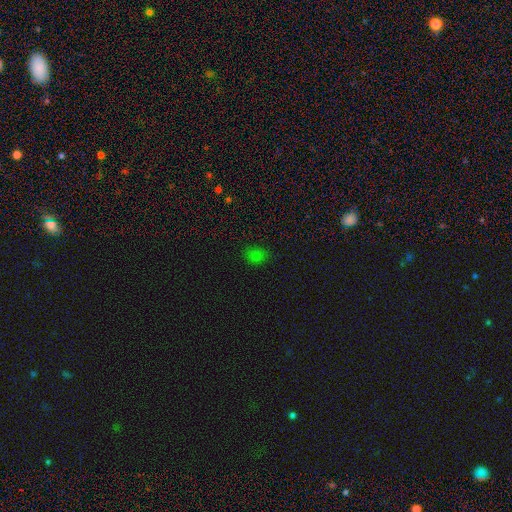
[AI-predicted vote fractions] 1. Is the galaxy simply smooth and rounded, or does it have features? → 73% smooth, 22% star or artifact, 5% featured or disk.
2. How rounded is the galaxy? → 50% in between, 49% round, 2% cigar-shaped.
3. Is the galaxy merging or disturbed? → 81% none, 13% minor disturbance, 4% major disturbance, 2% merger.